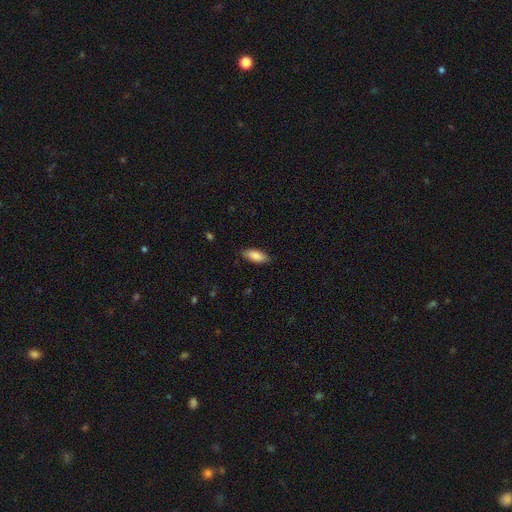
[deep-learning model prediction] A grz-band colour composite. It shows a smooth galaxy with no disk features (87%) that is in between round and cigar-shaped (81%). Merging: none (85%).